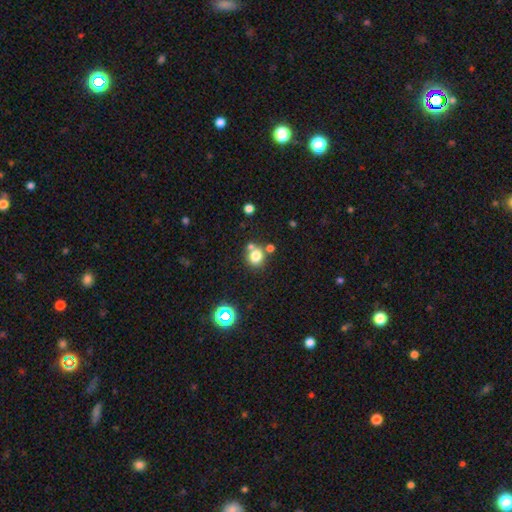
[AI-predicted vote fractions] Overall: smooth (77%). How rounded: round (81%). Merging: none (64%).